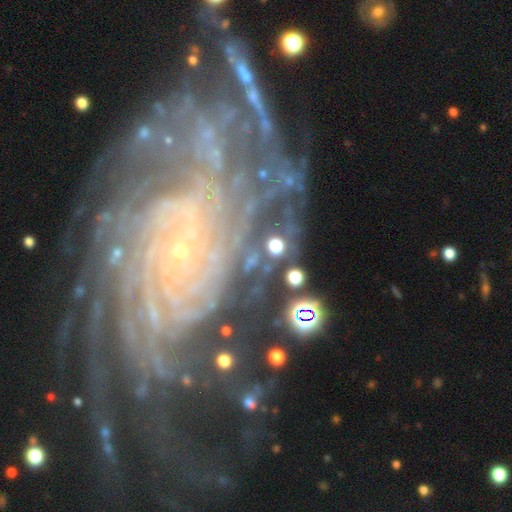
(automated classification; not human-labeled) Morphology: type=featured or disk (80%); edge-on=no (96%); bar=no (67%); spiral arms=yes (97%); winding=tight (80%); arm count=more than 4 (35%); bulge=small (82%); merging=none (72%).